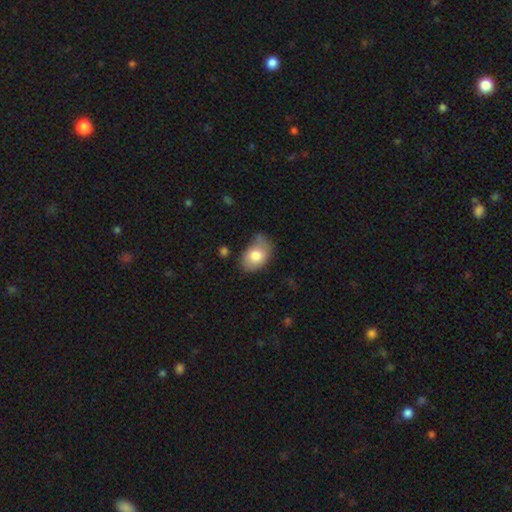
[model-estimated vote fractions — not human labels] Smooth or featured: smooth — 79% (featured or disk — 14%)
How rounded: in between — 83% (round — 16%)
Merging: none — 51% (minor disturbance — 34%)